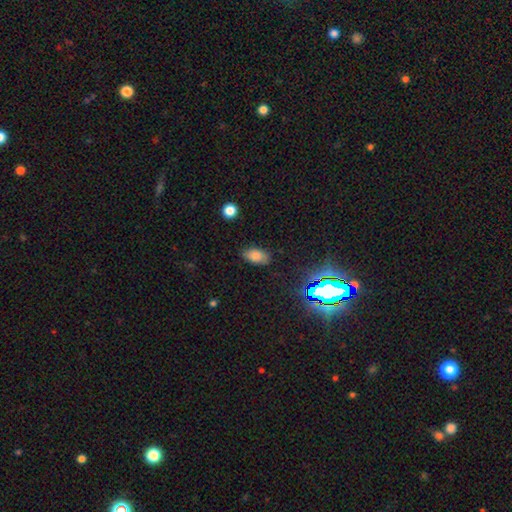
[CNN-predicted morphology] Smooth or featured: smooth — 78% (star or artifact — 13%)
How rounded: in between — 91% (round — 5%)
Merging: none — 81% (minor disturbance — 14%)